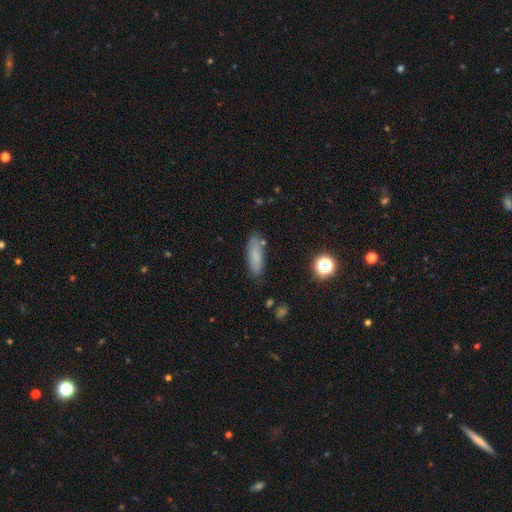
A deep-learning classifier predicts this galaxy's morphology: The model was most divided on "how rounded": in between: 57%, cigar-shaped: 40%, round: 3%. More confident: merging — none (77%); smooth or featured — smooth (75%).